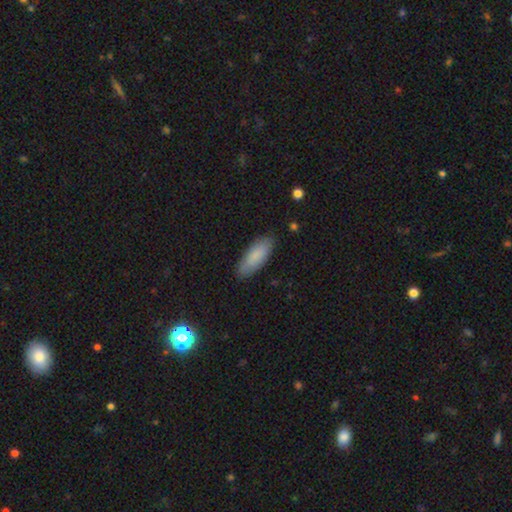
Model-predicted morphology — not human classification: smooth-or-featured: smooth: 86% | featured or disk: 8% | star or artifact: 6%
  how-rounded: in between: 67% | cigar-shaped: 31% | round: 2%
  merging: none: 86% | minor disturbance: 11% | major disturbance: 2% | merger: 1%